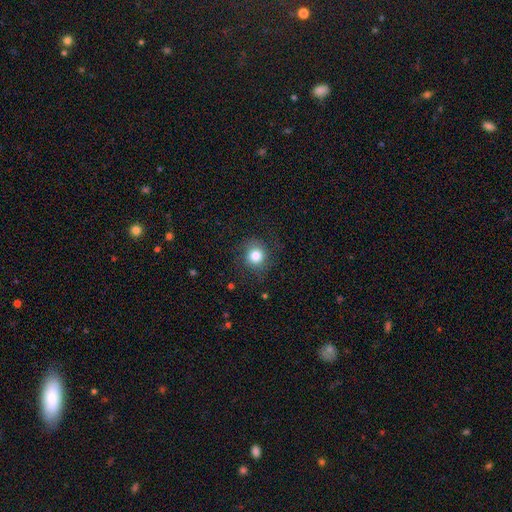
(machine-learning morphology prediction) The model was most divided on "merging": none: 80%, minor disturbance: 13%, major disturbance: 6%, merger: 1%. More confident: how rounded — round (88%); smooth or featured — smooth (81%).